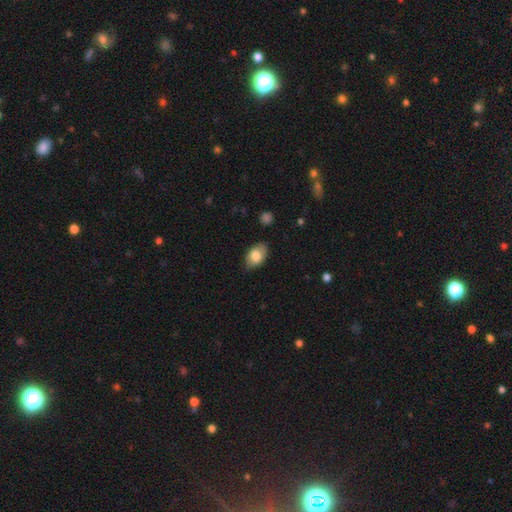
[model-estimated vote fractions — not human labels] Smooth or featured: smooth — 77% (featured or disk — 17%)
How rounded: in between — 90% (round — 9%)
Merging: none — 80% (minor disturbance — 16%)